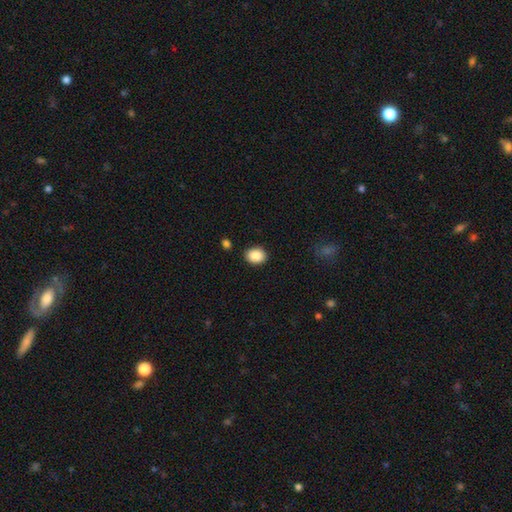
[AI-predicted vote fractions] The model was most divided on "how rounded": in between: 53%, round: 46%, cigar-shaped: 1%. More confident: smooth or featured — smooth (88%); merging — none (88%).